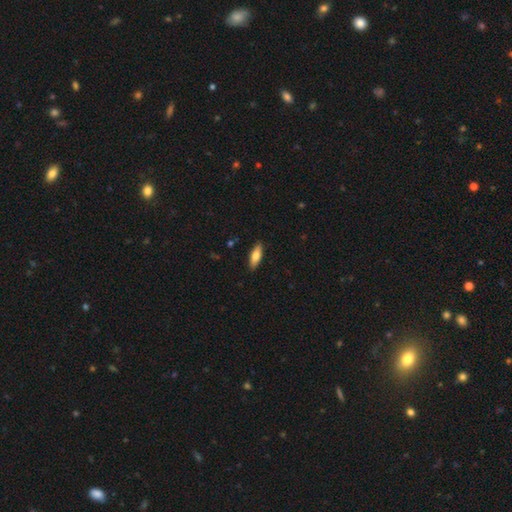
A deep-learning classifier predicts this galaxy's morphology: Smooth or featured? smooth (76%)
How rounded? in between (63%)
Merging? none (88%)